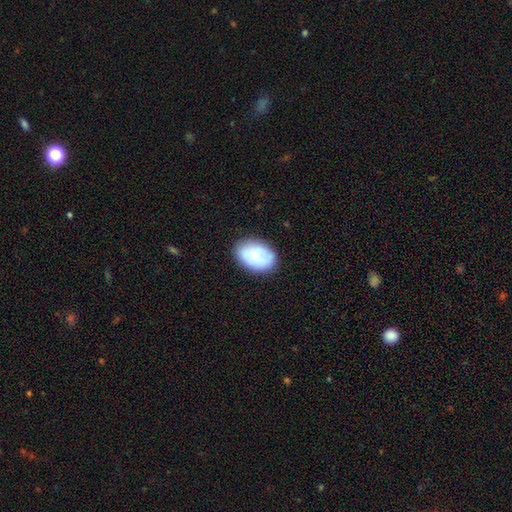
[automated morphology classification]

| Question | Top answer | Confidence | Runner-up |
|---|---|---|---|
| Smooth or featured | smooth | 73% | featured or disk (20%) |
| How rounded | in between | 83% | round (16%) |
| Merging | none | 80% | minor disturbance (15%) |